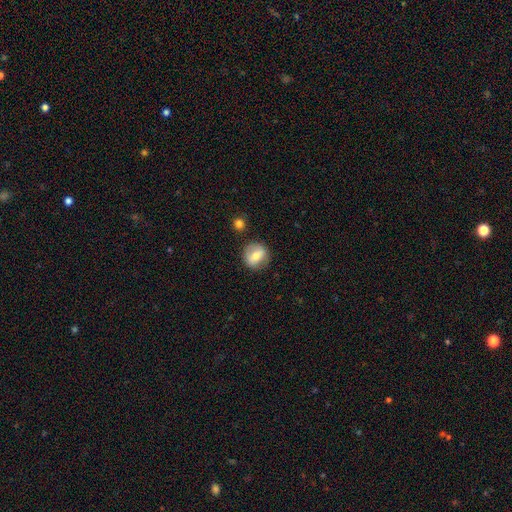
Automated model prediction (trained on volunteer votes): A smooth galaxy with no disk features (64%) that is round (83%). Merging: none (82%).